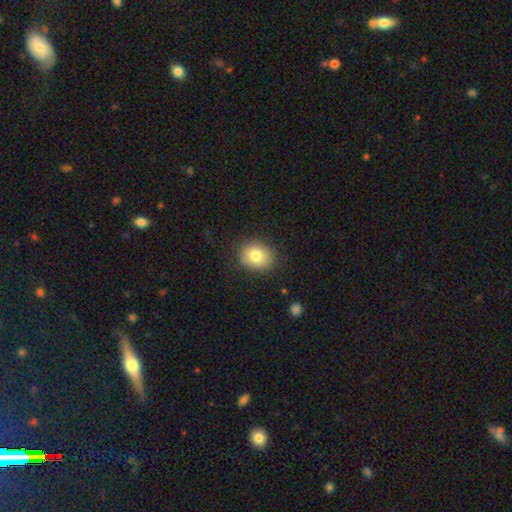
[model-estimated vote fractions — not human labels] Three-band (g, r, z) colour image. It shows a smooth galaxy with no disk features (80%) that is round (57%). Merging: none (85%).